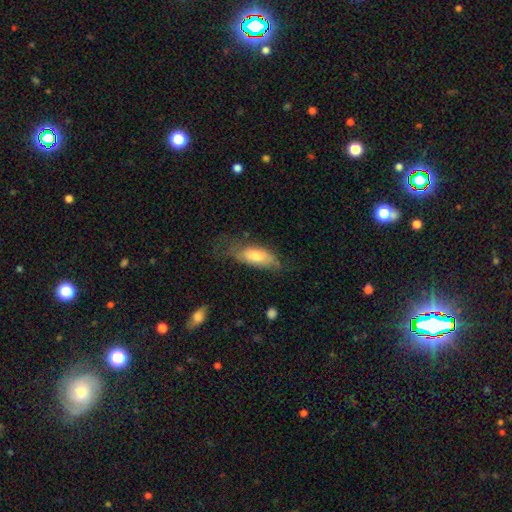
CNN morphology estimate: Smooth or featured: smooth — 67% (featured or disk — 27%)
How rounded: in between — 78% (cigar-shaped — 20%)
Merging: none — 48% (minor disturbance — 31%)